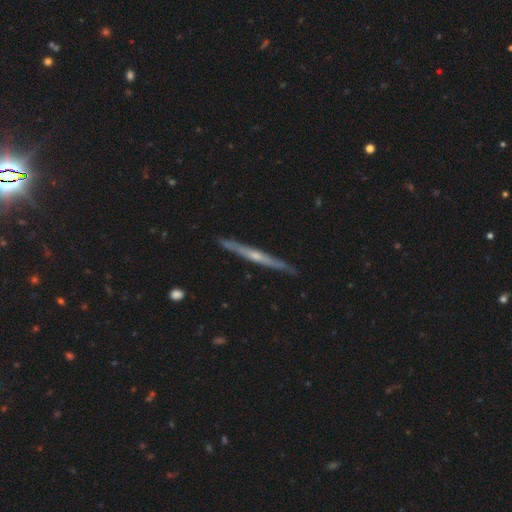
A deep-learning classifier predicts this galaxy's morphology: Smooth or featured? Predicted: featured or disk (p=0.73). Edge-on disk? Predicted: yes (p=0.97). Edge-on bulge? Predicted: rounded (p=0.57). Merging? Predicted: none (p=0.88).